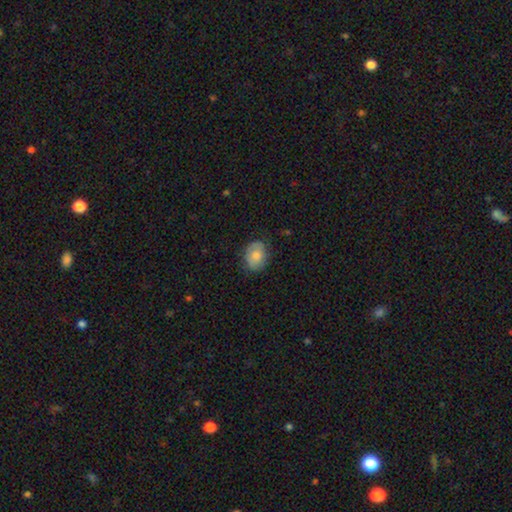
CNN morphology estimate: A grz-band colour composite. It shows a smooth galaxy with no disk features (75%) that is in between round and cigar-shaped (58%). Merging: none (75%).